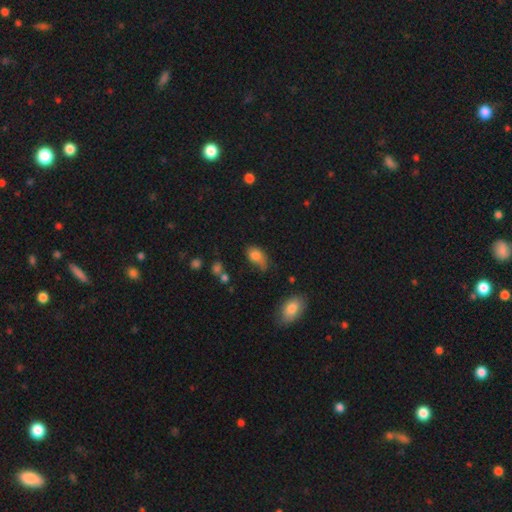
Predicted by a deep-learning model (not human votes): Q: Smooth or featured?
A: smooth (78%); runner-up: featured or disk (12%)
Q: How rounded?
A: in between (83%); runner-up: round (15%)
Q: Merging?
A: minor disturbance (40%); runner-up: none (32%)